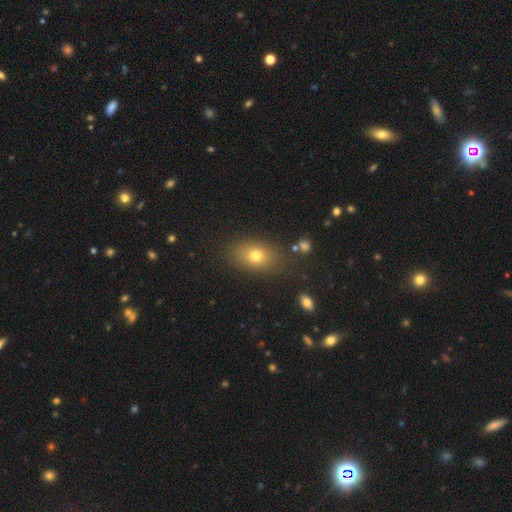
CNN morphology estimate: type=smooth (74%); roundness=in between (77%); merging=none (83%).